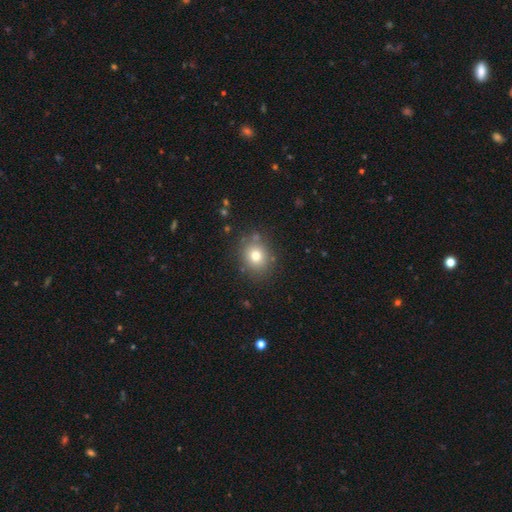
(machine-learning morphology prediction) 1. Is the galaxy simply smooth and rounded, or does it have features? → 76% smooth, 13% star or artifact, 11% featured or disk.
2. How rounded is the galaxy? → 69% round, 30% in between, 1% cigar-shaped.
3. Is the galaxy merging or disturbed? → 82% none, 11% minor disturbance, 4% major disturbance, 4% merger.